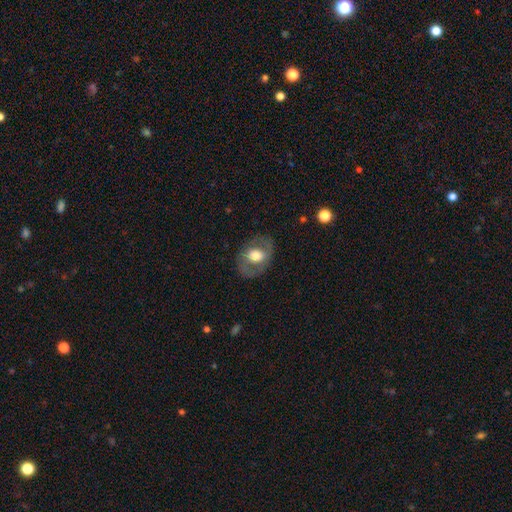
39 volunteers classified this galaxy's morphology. smooth_or_featured: smooth (p=0.54) [alt: featured or disk p=0.36]
how_rounded: round (p=0.57) [alt: in between p=0.43]
merging: none (p=0.71) [alt: minor disturbance p=0.17]